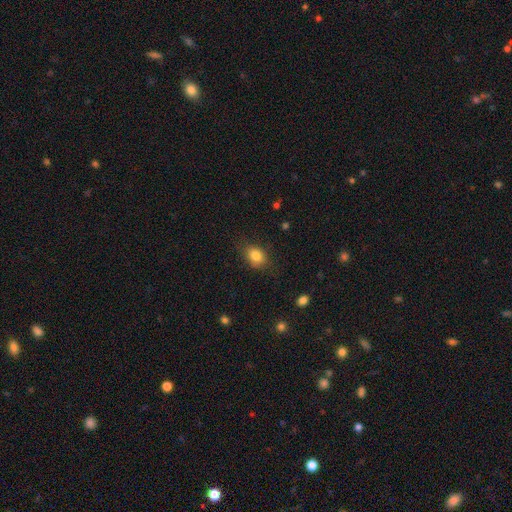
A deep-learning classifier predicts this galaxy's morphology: This appears to be a smooth galaxy with no disk features (83%) that is in between round and cigar-shaped (64%). Merging: none (76%).